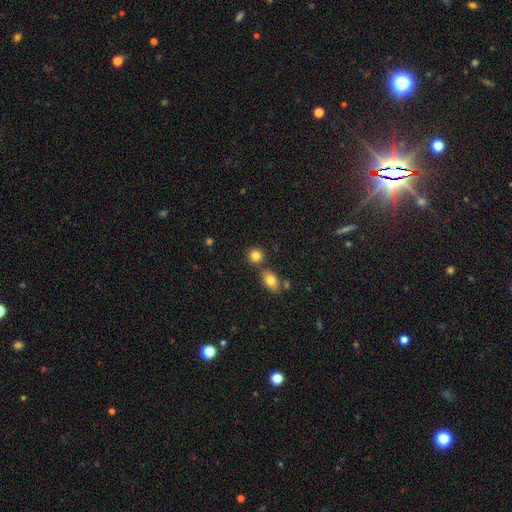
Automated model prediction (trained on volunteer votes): Smooth or featured: smooth — 82% (star or artifact — 10%)
How rounded: round — 81% (in between — 18%)
Merging: none — 71% (merger — 17%)